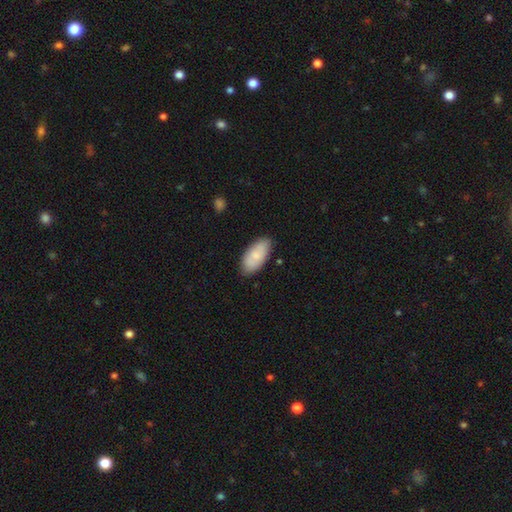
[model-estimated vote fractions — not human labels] smooth-or-featured: smooth: 80% | featured or disk: 14% | star or artifact: 6%
  how-rounded: in between: 93% | cigar-shaped: 5% | round: 2%
  merging: none: 81% | minor disturbance: 15% | major disturbance: 3% | merger: 2%